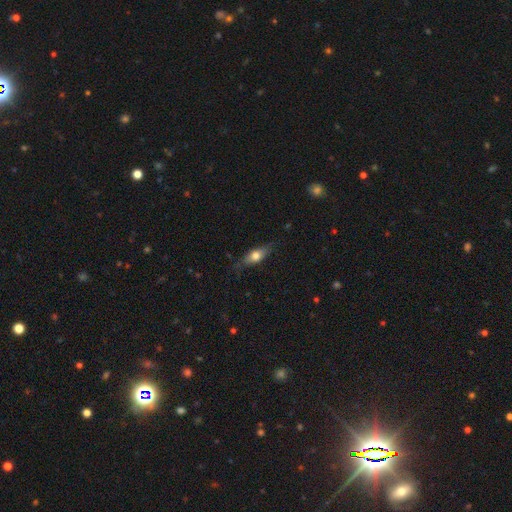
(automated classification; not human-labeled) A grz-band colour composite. It shows a smooth galaxy with no disk features (63%) that is in between round and cigar-shaped (65%). Merging: none (74%).